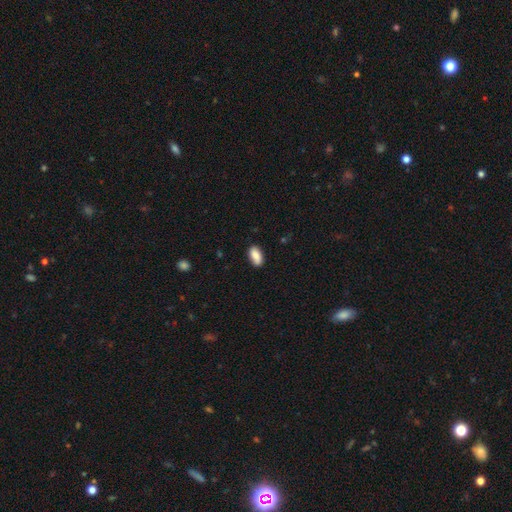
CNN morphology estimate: Smooth or featured? smooth (86%)
How rounded? in between (92%)
Merging? none (81%)